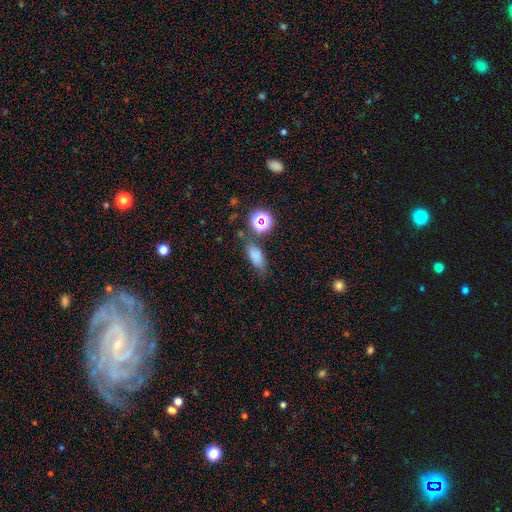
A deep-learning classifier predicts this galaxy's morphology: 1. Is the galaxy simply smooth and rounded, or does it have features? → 72% smooth, 17% star or artifact, 11% featured or disk.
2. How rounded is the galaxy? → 71% in between, 16% cigar-shaped, 13% round.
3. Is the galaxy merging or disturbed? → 62% none, 22% minor disturbance, 8% merger, 8% major disturbance.